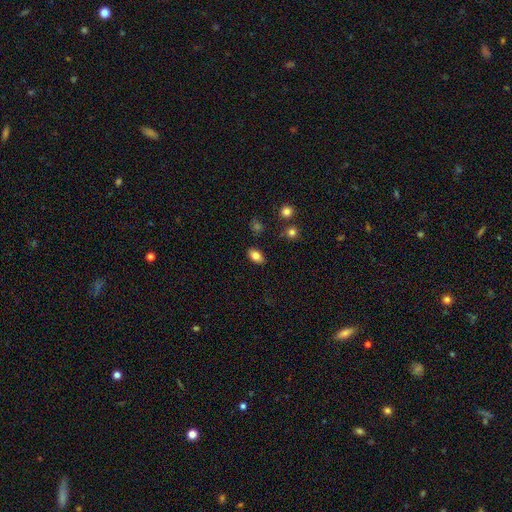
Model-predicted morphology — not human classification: Q: Smooth or featured?
A: smooth (82%); runner-up: featured or disk (9%)
Q: How rounded?
A: in between (88%); runner-up: round (9%)
Q: Merging?
A: none (87%); runner-up: minor disturbance (10%)